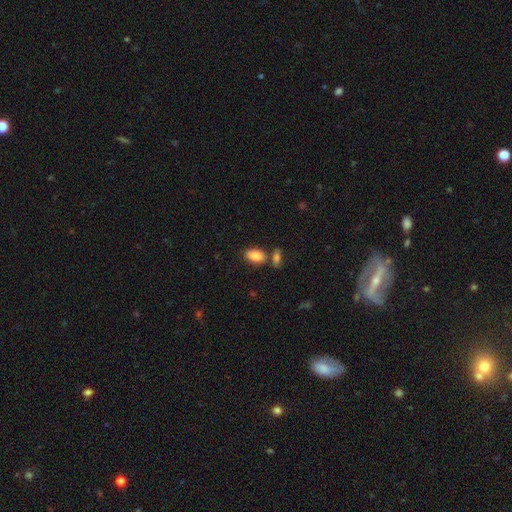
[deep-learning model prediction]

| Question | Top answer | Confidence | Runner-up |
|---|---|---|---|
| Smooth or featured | smooth | 86% | star or artifact (7%) |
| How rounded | in between | 92% | round (6%) |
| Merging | none | 63% | merger (20%) |